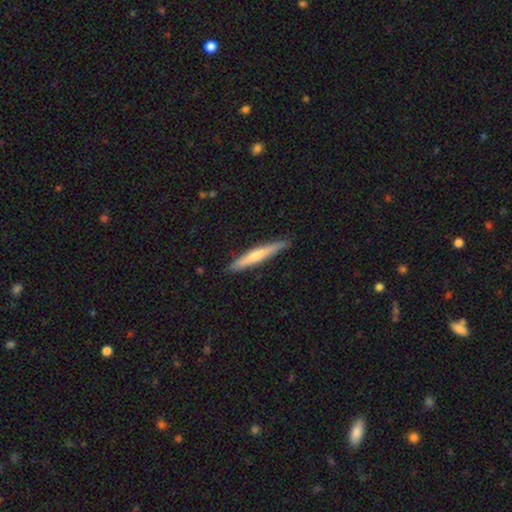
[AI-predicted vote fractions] smooth 49%, featured or disk 46%, star or artifact 5%. Down the decision tree: merging — none (88%).